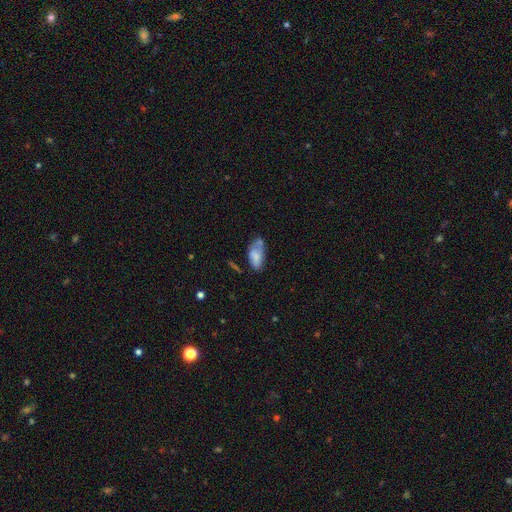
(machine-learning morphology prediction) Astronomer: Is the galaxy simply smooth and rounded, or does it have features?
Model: smooth — 72%.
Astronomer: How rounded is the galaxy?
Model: in between — 90%.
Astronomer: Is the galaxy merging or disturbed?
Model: none — 39% (runner-up: minor disturbance, 27%).